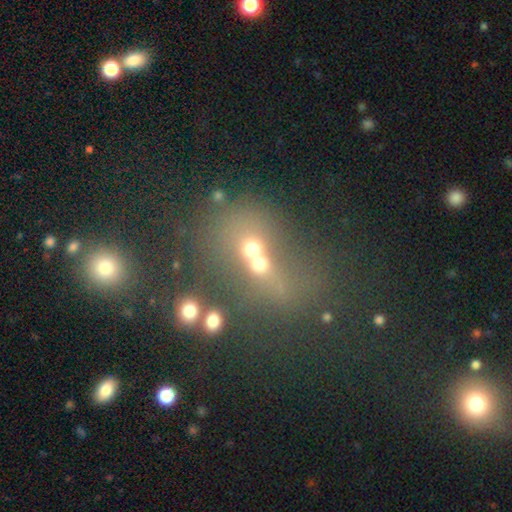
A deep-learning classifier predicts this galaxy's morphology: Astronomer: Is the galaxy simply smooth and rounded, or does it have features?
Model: smooth — 49% (runner-up: featured or disk, 26%).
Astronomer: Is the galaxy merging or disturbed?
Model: merger — 63%.